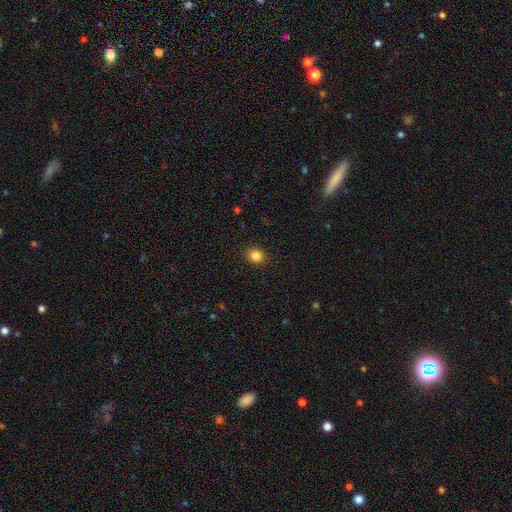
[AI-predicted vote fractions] Q: Smooth or featured?
A: smooth (84%); runner-up: star or artifact (11%)
Q: How rounded?
A: round (79%); runner-up: in between (20%)
Q: Merging?
A: none (91%); runner-up: minor disturbance (6%)